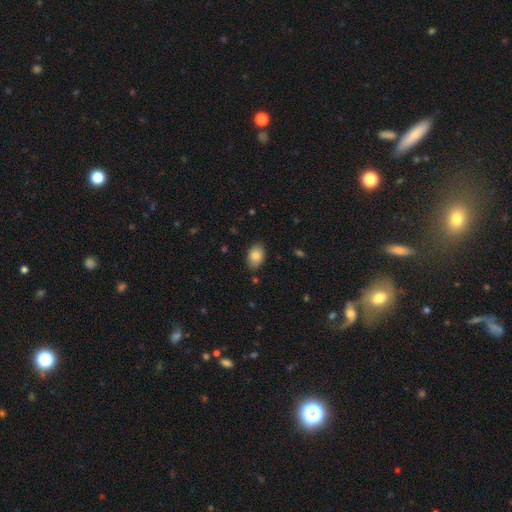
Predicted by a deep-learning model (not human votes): This appears to be a smooth galaxy with no disk features (85%) that is in between round and cigar-shaped (85%). Merging: none (84%).